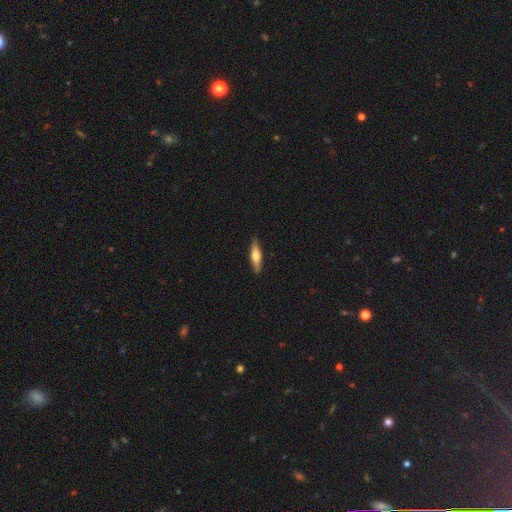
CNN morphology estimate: This is possibly a smooth galaxy (55%). How rounded: likely cigar-shaped (71%). Merging: clearly none (89%).